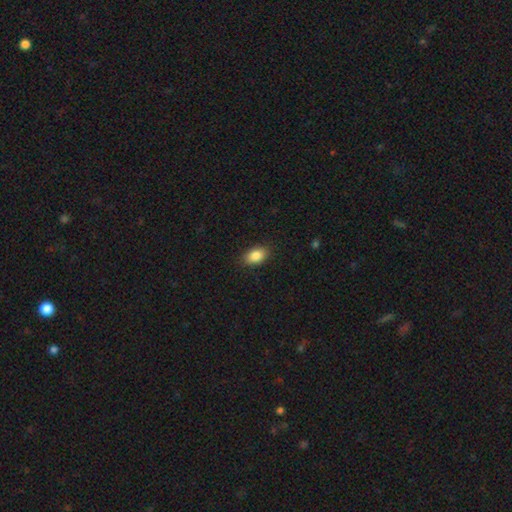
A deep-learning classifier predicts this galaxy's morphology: The model was most divided on "merging": none: 86%, minor disturbance: 10%, major disturbance: 2%, merger: 1%. More confident: how rounded — in between (89%); smooth or featured — smooth (87%).